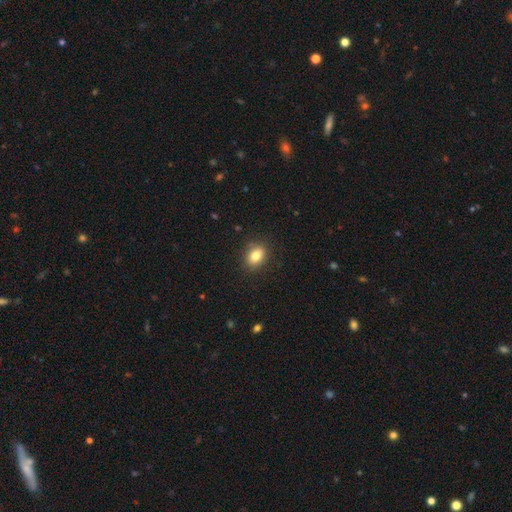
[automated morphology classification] Q: Smooth or featured?
A: smooth (82%); runner-up: star or artifact (9%)
Q: How rounded?
A: in between (72%); runner-up: round (27%)
Q: Merging?
A: none (85%); runner-up: minor disturbance (11%)